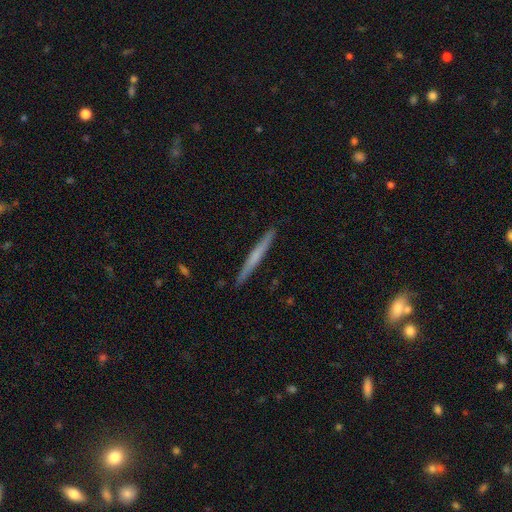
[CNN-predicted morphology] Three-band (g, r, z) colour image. It shows a smooth galaxy with no disk features (49%). Merging: none (92%).